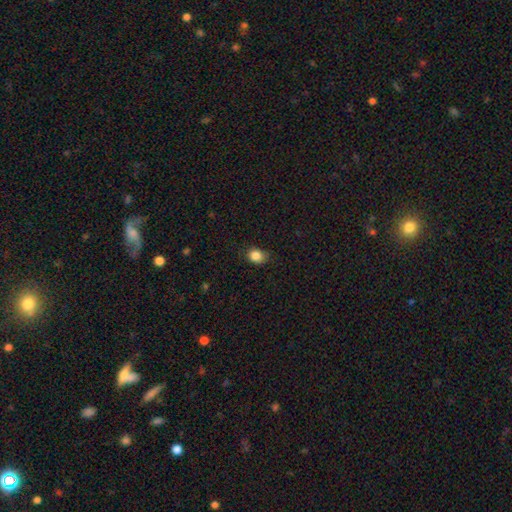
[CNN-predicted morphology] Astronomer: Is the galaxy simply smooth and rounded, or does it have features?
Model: smooth — 85%.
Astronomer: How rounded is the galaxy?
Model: round — 64%.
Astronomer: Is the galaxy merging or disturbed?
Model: none — 76%.